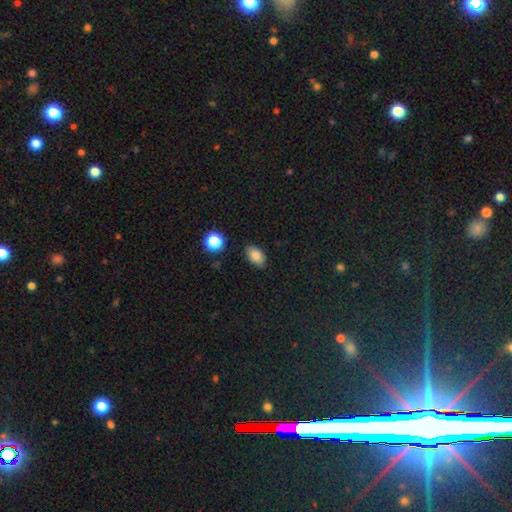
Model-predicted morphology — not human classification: smooth_or_featured: smooth (p=0.83) [alt: star or artifact p=0.10]
how_rounded: in between (p=0.89) [alt: round p=0.10]
merging: none (p=0.83) [alt: minor disturbance p=0.13]